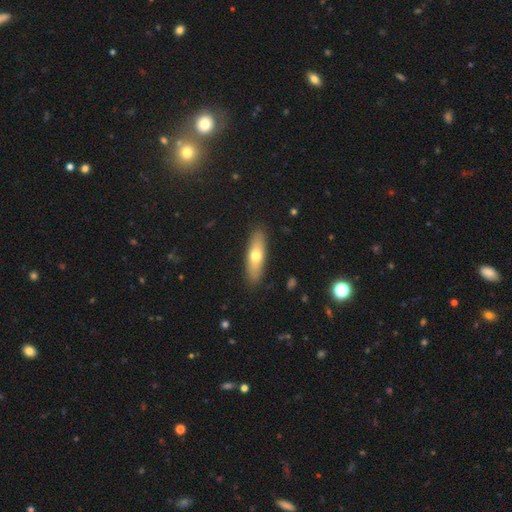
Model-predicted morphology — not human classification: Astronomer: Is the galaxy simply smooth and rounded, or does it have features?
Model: smooth — 63%.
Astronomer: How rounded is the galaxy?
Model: cigar-shaped — 52% (runner-up: in between, 45%).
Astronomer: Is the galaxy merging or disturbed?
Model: none — 88%.